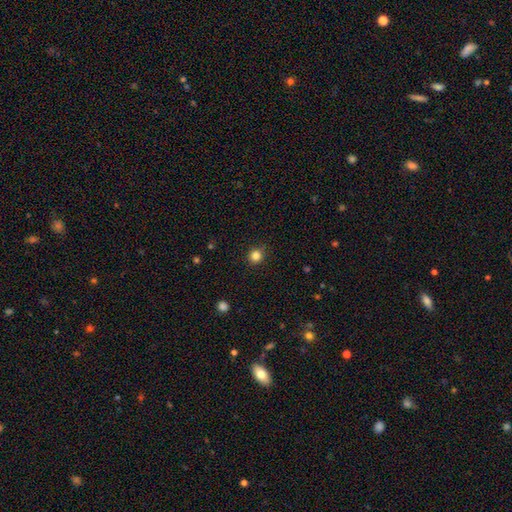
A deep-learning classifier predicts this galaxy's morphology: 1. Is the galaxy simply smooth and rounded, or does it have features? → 83% smooth, 13% star or artifact, 4% featured or disk.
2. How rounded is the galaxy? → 91% round, 8% in between, 1% cigar-shaped.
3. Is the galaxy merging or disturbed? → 88% none, 8% minor disturbance, 2% major disturbance, 1% merger.